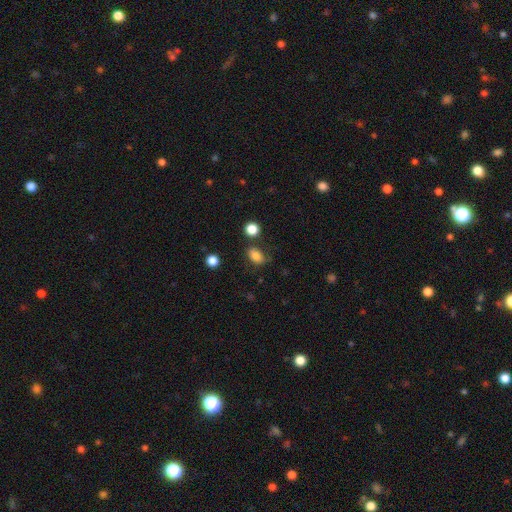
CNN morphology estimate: Smooth or featured? smooth (82%)
How rounded? in between (79%)
Merging? none (67%)